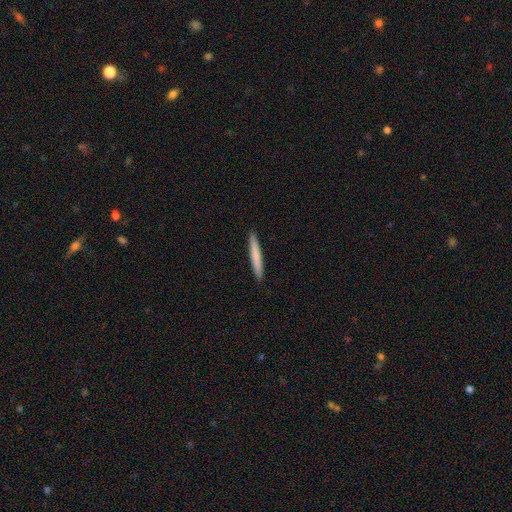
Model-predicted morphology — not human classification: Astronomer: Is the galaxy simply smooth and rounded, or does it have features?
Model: smooth — 73%.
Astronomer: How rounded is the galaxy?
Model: cigar-shaped — 97%.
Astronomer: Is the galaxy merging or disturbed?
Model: none — 93%.